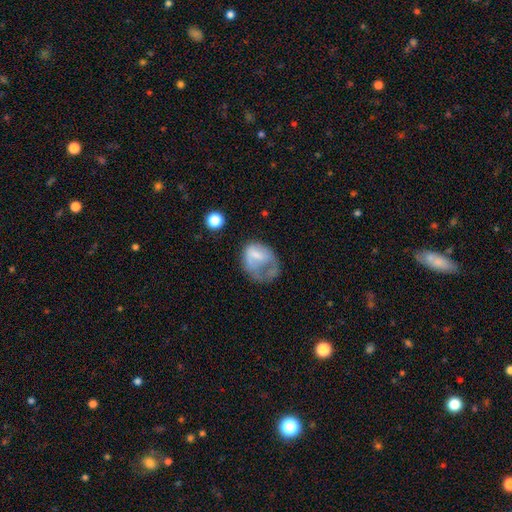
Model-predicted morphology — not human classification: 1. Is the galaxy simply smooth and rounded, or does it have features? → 54% smooth, 37% featured or disk, 9% star or artifact.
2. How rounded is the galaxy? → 59% in between, 40% round, 1% cigar-shaped.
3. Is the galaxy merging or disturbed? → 49% major disturbance, 24% minor disturbance, 23% none, 5% merger.